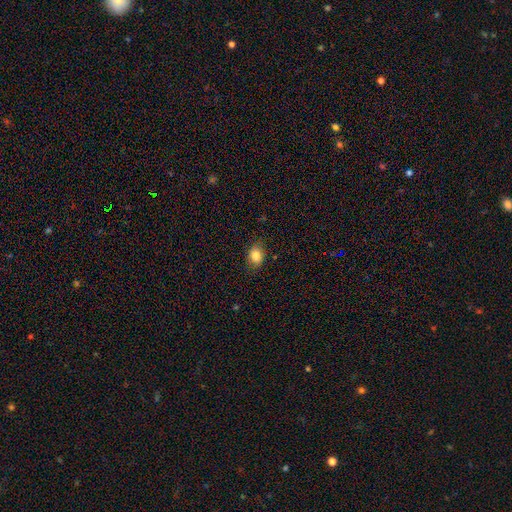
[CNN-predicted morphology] Q: Smooth or featured?
A: smooth (84%); runner-up: star or artifact (9%)
Q: How rounded?
A: in between (61%); runner-up: round (38%)
Q: Merging?
A: none (83%); runner-up: minor disturbance (13%)